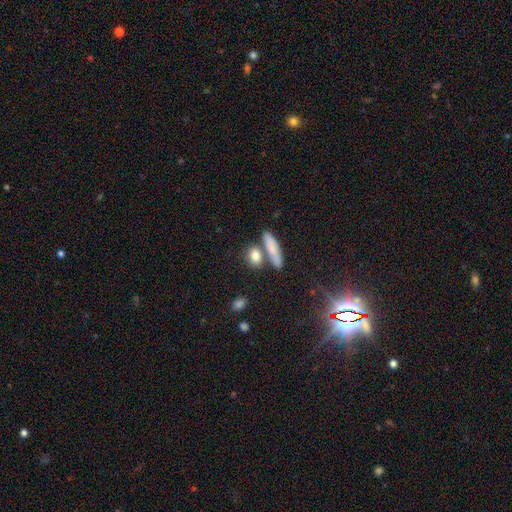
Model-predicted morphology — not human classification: The model was most divided on "how rounded": in between: 51%, round: 27%, cigar-shaped: 21%. More confident: smooth or featured — smooth (81%); merging — none (62%).